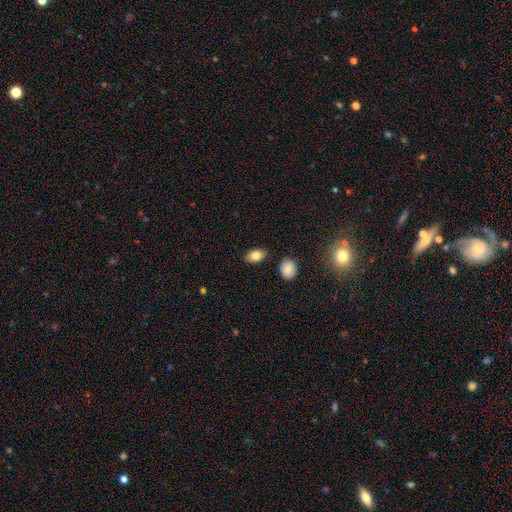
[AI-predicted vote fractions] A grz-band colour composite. It shows a smooth galaxy with no disk features (82%) that is in between round and cigar-shaped (89%). Merging: none (85%).